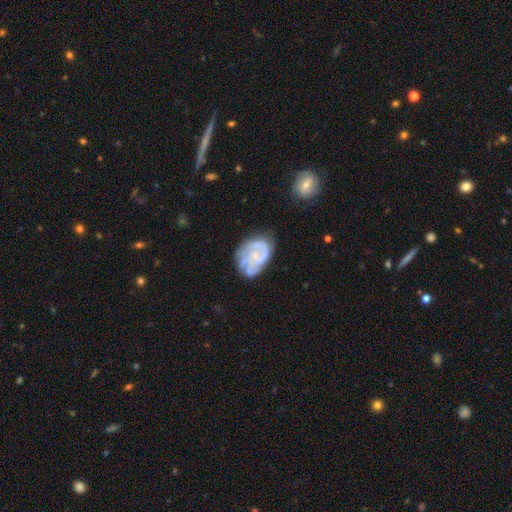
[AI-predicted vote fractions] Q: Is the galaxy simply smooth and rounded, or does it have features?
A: featured or disk — 77%.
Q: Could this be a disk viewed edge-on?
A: no — 98%.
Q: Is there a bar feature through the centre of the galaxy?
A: no — 71%.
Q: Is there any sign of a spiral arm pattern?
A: yes — 86%.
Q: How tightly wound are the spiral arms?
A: tight — 54%.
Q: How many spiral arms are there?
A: can't tell — 34%.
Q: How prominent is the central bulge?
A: small — 57%.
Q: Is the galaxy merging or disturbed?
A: none — 60%.